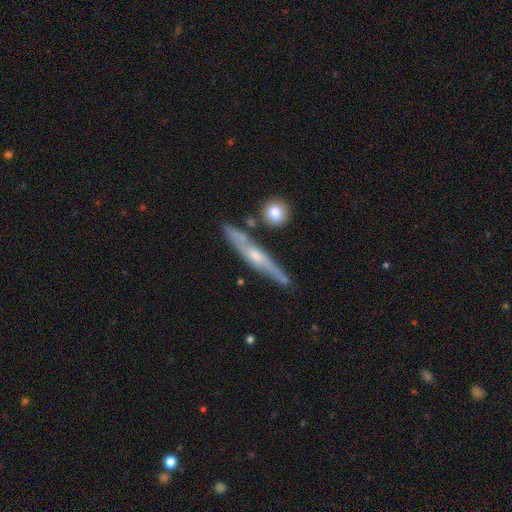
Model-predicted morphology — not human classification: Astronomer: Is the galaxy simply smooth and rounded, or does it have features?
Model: featured or disk — 72%.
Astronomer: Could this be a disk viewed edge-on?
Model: yes — 93%.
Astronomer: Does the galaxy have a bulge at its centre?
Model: rounded — 81%.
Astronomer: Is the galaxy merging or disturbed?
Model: none — 78%.